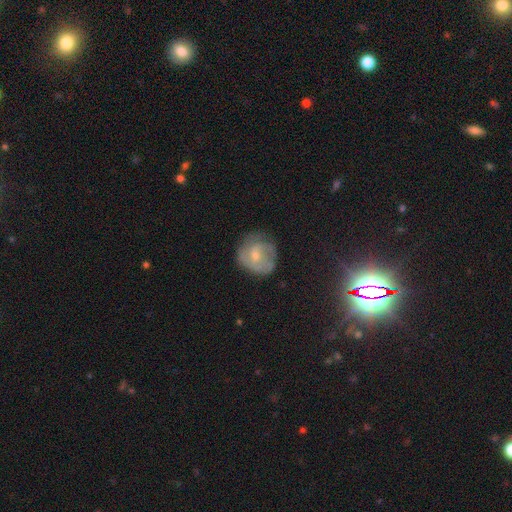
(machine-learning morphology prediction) smooth-or-featured: featured or disk: 61% | smooth: 32% | star or artifact: 8%
  disk-edge-on: no: 98% | yes: 2%
    bar: no: 60% | weak: 35% | strong: 5%
    has-spiral-arms: yes: 81% | no: 19%
    bulge-size: small: 59% | moderate: 35% | none: 4% | large: 1% | dominant: 1%
  merging: none: 62% | minor disturbance: 25% | major disturbance: 12% | merger: 2%